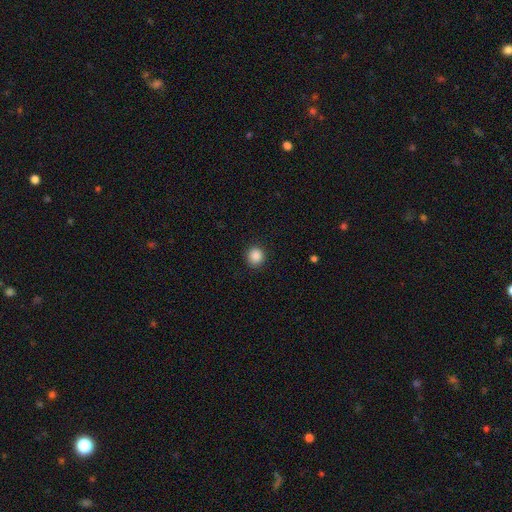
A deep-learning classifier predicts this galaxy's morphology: Overall: smooth (88%). How rounded: round (91%). Merging: none (91%).